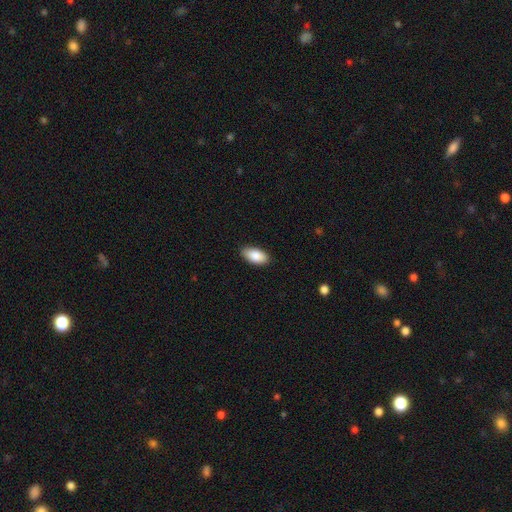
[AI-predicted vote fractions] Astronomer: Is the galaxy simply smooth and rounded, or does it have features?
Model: smooth — 87%.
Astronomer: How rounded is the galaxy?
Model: in between — 94%.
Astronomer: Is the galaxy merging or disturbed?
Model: none — 88%.